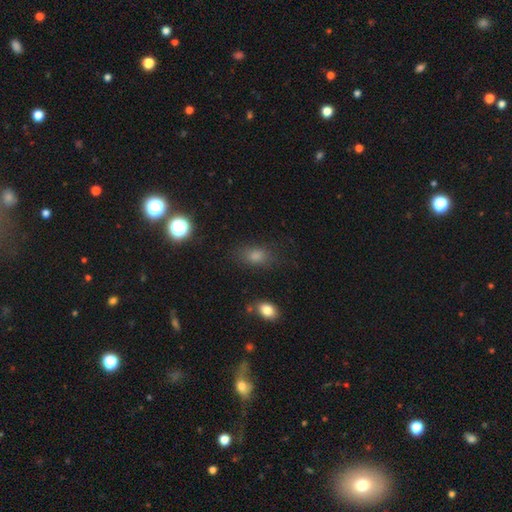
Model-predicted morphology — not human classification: Overall: smooth (71%). How rounded: in between (73%). Merging: none (79%).